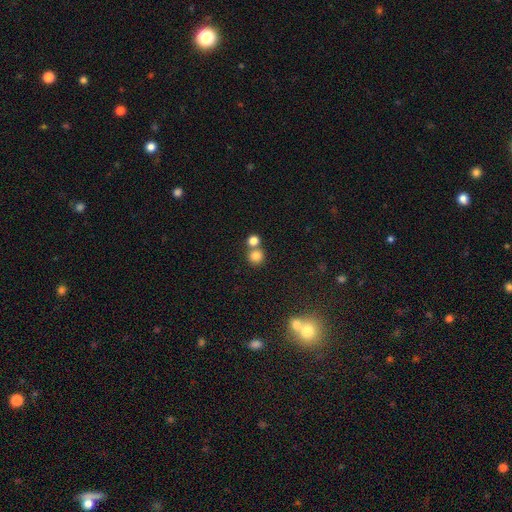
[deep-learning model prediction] A smooth galaxy with no disk features (81%) that is round (89%).

Vote fractions:
- Smooth or featured? smooth: 81% / star or artifact: 12% / featured or disk: 7%
- How rounded? round: 89% / in between: 10% / cigar-shaped: 1%
- Merging? none: 57% / merger: 34% / minor disturbance: 6% / major disturbance: 2%